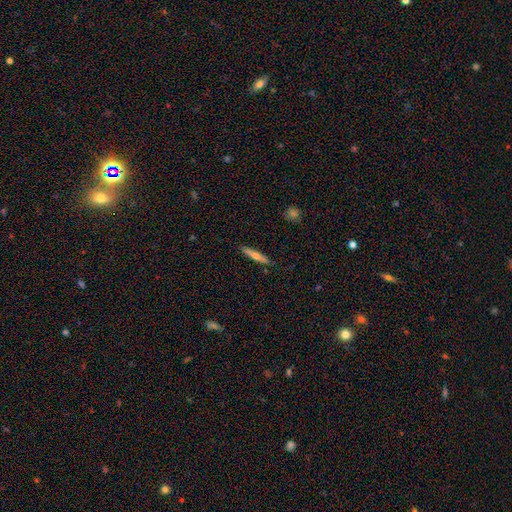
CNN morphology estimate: A featured or disk galaxy (47%, tied with smooth).

Vote fractions:
- Smooth or featured? featured or disk: 47% (tied) / smooth: 47% (tied) / star or artifact: 6%
- Merging? none: 89% / minor disturbance: 8% / major disturbance: 2% / merger: 1%